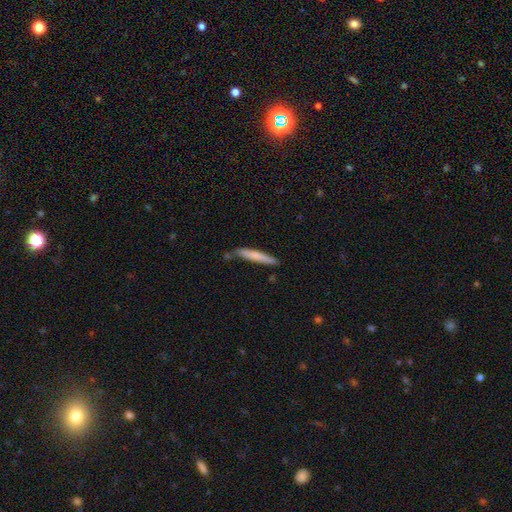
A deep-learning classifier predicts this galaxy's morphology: Smooth or featured: smooth — 69% (featured or disk — 25%)
How rounded: cigar-shaped — 95% (in between — 4%)
Merging: none — 78% (minor disturbance — 14%)